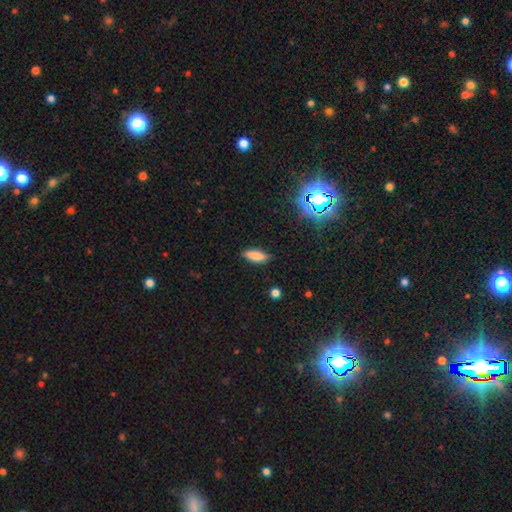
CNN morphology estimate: type=smooth (80%); roundness=in between (63%); merging=none (82%).